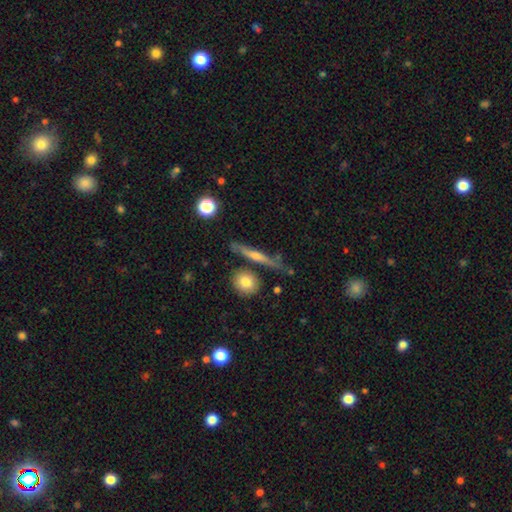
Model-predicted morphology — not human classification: Smooth or featured? Predicted: featured or disk (p=0.60). Edge-on disk? Predicted: yes (p=0.93). Edge-on bulge? Predicted: rounded (p=0.68). Merging? Predicted: none (p=0.78).